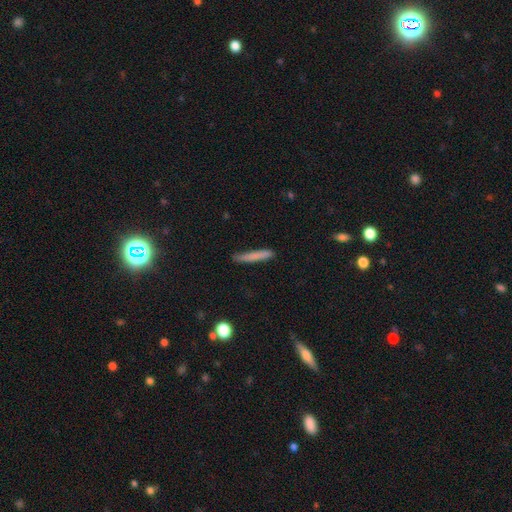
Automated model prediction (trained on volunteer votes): Smooth or featured: smooth — 78% (featured or disk — 16%)
How rounded: cigar-shaped — 94% (in between — 4%)
Merging: none — 84% (minor disturbance — 12%)